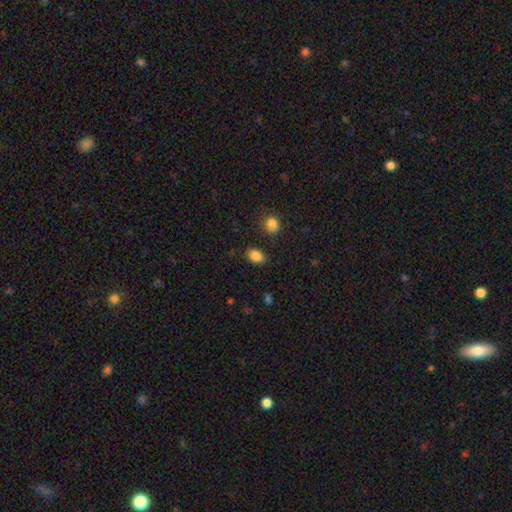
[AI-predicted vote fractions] Q: Smooth or featured?
A: smooth (86%); runner-up: star or artifact (9%)
Q: How rounded?
A: in between (78%); runner-up: round (21%)
Q: Merging?
A: none (84%); runner-up: minor disturbance (10%)